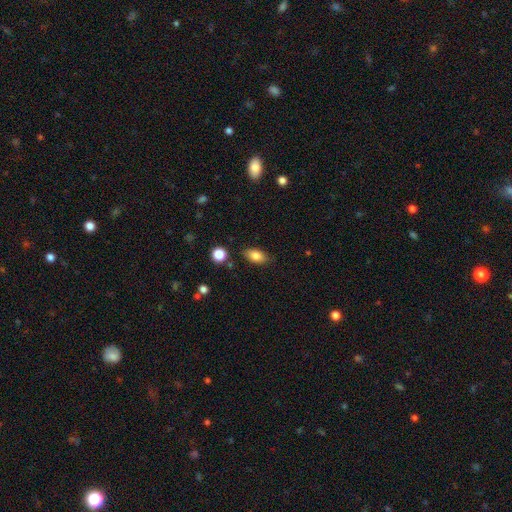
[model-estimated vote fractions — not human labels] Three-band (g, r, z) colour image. It shows a smooth galaxy with no disk features (83%) that is in between round and cigar-shaped (88%). Merging: none (82%).